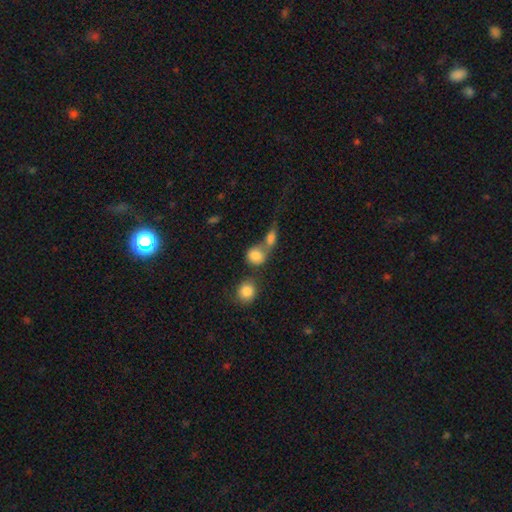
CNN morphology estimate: Q: Smooth or featured?
A: smooth (83%); runner-up: star or artifact (10%)
Q: How rounded?
A: round (65%); runner-up: in between (33%)
Q: Merging?
A: merger (50%); runner-up: none (36%)